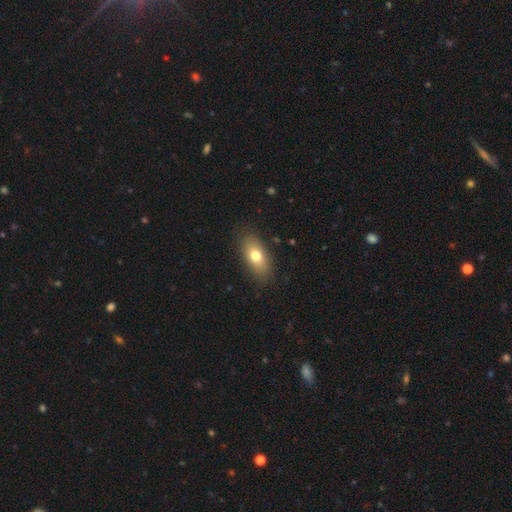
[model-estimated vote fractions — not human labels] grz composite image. It shows a smooth galaxy with no disk features (73%) that is in between round and cigar-shaped (85%). Merging: none (84%).